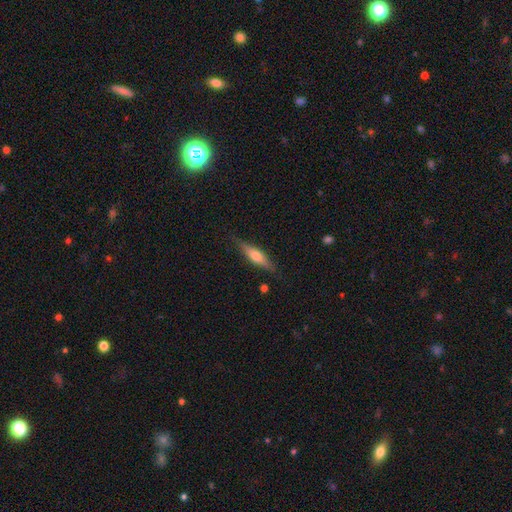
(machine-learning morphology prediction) Smooth or featured: featured or disk — 50% (smooth — 44%)
Merging: none — 83% (minor disturbance — 13%)